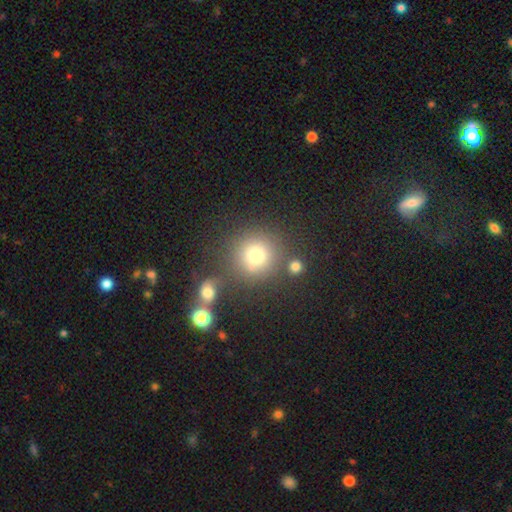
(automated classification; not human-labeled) The model was most divided on "merging": none: 71%, merger: 14%, minor disturbance: 10%, major disturbance: 5%. More confident: how rounded — round (92%); smooth or featured — smooth (75%).